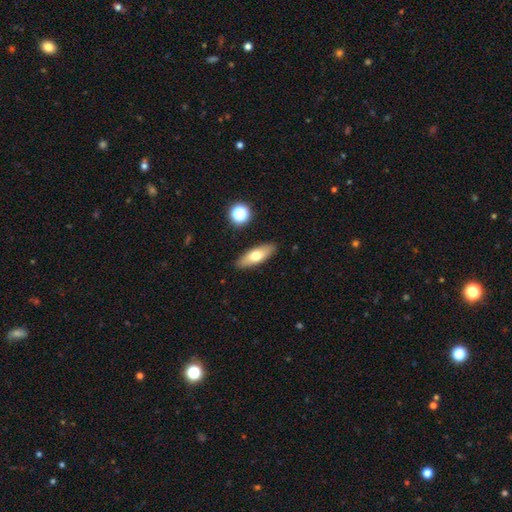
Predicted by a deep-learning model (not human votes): Overall: smooth (67%). How rounded: in between (62%; cigar-shaped 34%). Merging: none (88%).